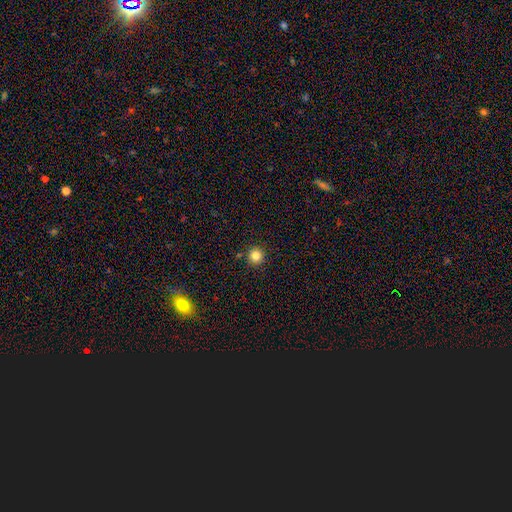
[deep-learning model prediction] smooth-or-featured: smooth: 83% | star or artifact: 12% | featured or disk: 5%
  how-rounded: round: 95% | in between: 4% | cigar-shaped: 1%
  merging: none: 91% | minor disturbance: 5% | merger: 2% | major disturbance: 2%